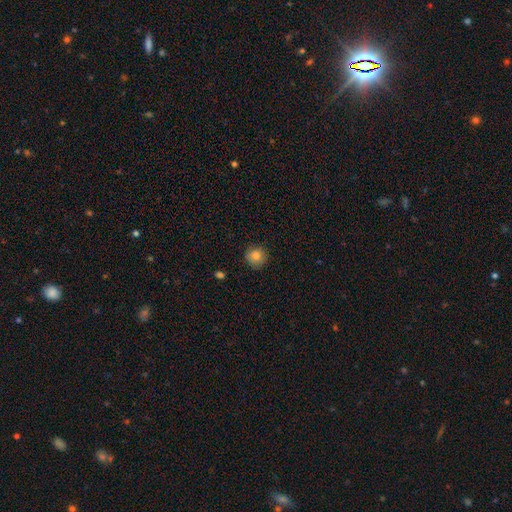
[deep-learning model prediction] smooth-or-featured: smooth: 82% | star or artifact: 10% | featured or disk: 7%
  how-rounded: round: 92% | in between: 7% | cigar-shaped: 1%
  merging: none: 87% | minor disturbance: 10% | major disturbance: 2% | merger: 1%